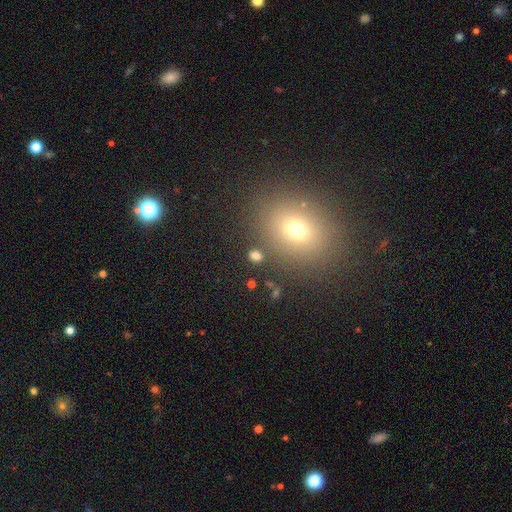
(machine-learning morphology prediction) Smooth or featured: smooth — 74% (star or artifact — 18%)
How rounded: round — 54% (in between — 44%)
Merging: none — 81% (minor disturbance — 8%)